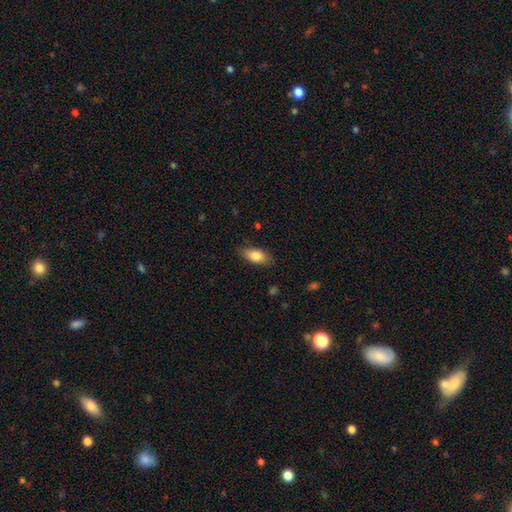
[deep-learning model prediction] This appears to be a smooth galaxy with no disk features (81%) that is in between round and cigar-shaped (87%). Merging: none (83%).